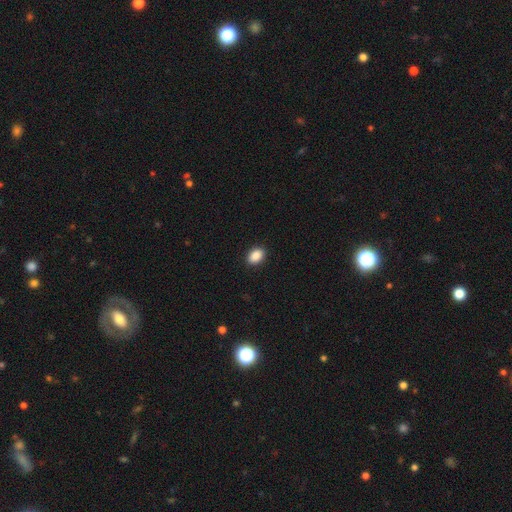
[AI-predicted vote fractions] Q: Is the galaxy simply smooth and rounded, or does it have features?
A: smooth — 90%.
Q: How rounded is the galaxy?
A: in between — 82%.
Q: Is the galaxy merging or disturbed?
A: none — 90%.